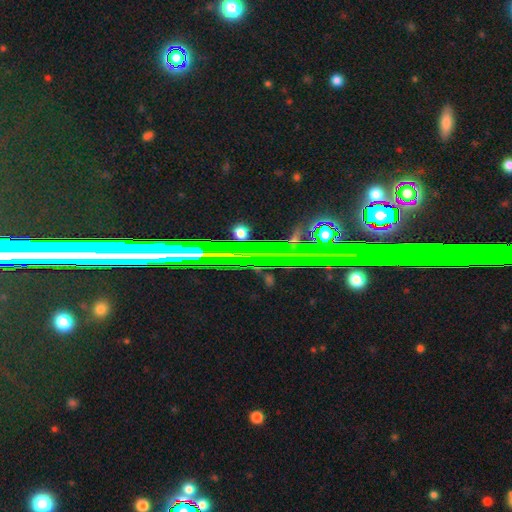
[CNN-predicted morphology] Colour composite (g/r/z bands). It shows a star or artifact, not a galaxy (69%).